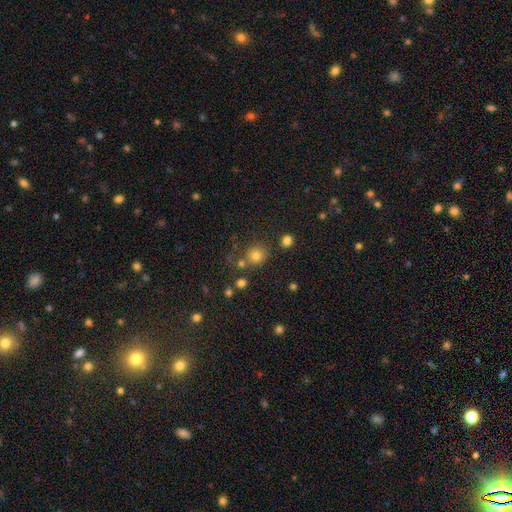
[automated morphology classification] This appears to be a smooth galaxy with no disk features (76%) that is round (82%). Merging: none (69%).